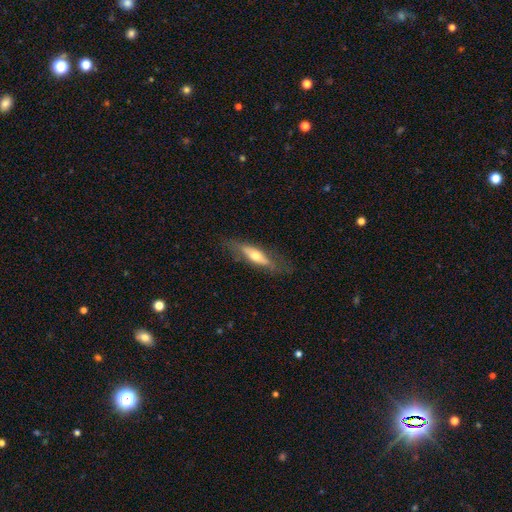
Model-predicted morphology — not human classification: Smooth or featured?
  - smooth: 49% *
  - featured or disk: 45%
  - star or artifact: 6%
Merging?
  - none: 71% *
  - minor disturbance: 19%
  - major disturbance: 9%
  - merger: 1%